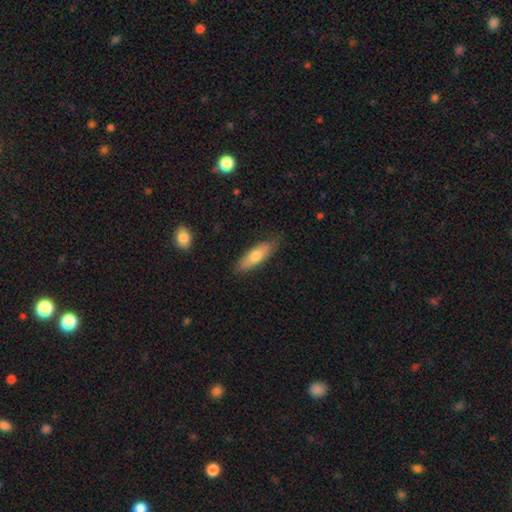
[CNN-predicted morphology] smooth 67%, featured or disk 27%, star or artifact 6%. Down the decision tree: how rounded — cigar-shaped (52%); merging — none (82%).